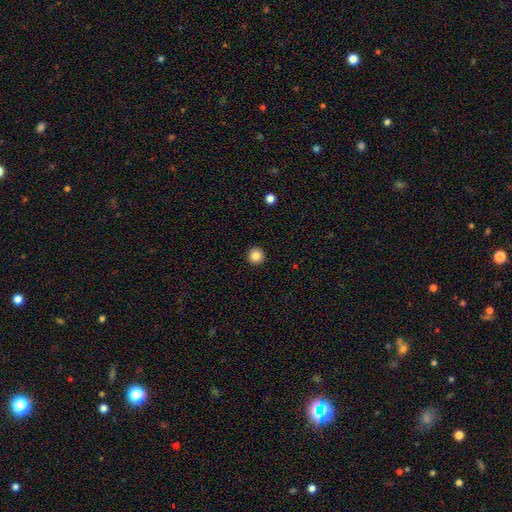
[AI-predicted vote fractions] Smooth or featured? Predicted: smooth (p=0.85). How rounded? Predicted: round (p=0.96). Merging? Predicted: none (p=0.94).